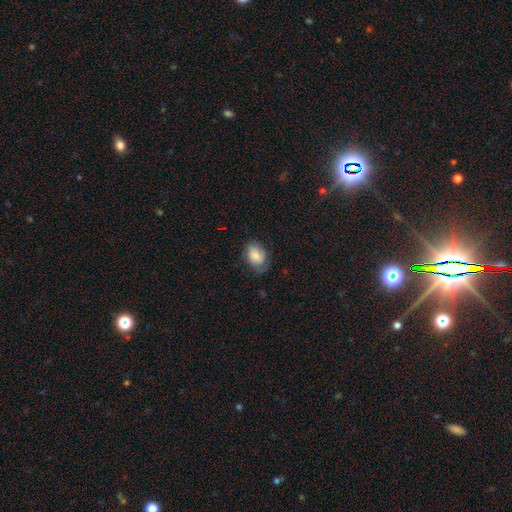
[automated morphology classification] Smooth or featured: smooth — 67% (featured or disk — 25%)
How rounded: in between — 82% (round — 17%)
Merging: none — 60% (minor disturbance — 28%)